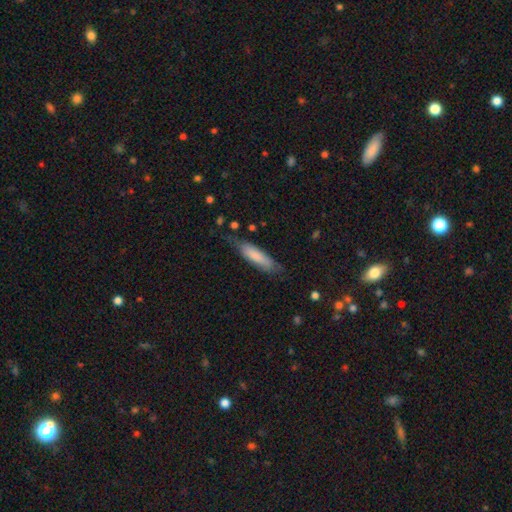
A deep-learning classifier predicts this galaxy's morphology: A smooth galaxy with no disk features (78%) that is cigar-shaped (67%).

Vote fractions:
- Smooth or featured? smooth: 78% / featured or disk: 16% / star or artifact: 5%
- How rounded? cigar-shaped: 67% / in between: 32% / round: 1%
- Merging? none: 65% / minor disturbance: 26% / major disturbance: 7% / merger: 2%